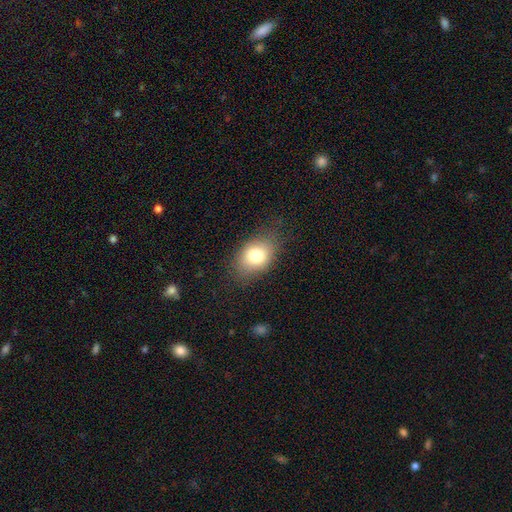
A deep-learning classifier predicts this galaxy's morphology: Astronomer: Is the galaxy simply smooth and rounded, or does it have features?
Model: smooth — 78%.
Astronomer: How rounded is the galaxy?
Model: in between — 76%.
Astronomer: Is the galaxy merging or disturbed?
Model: none — 77%.